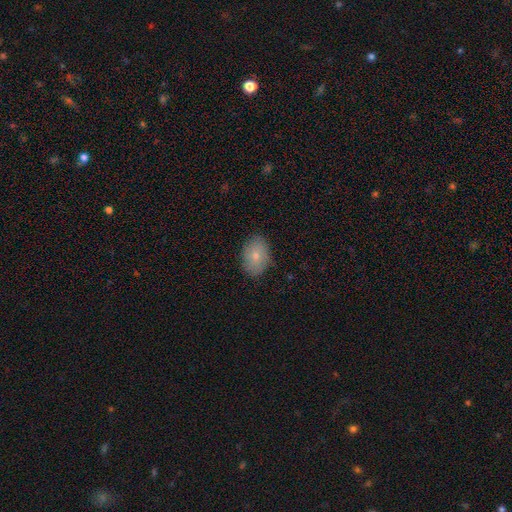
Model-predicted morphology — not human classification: smooth-or-featured: smooth: 76% | featured or disk: 17% | star or artifact: 8%
  how-rounded: in between: 81% | round: 18% | cigar-shaped: 1%
  merging: none: 85% | minor disturbance: 11% | major disturbance: 2% | merger: 1%